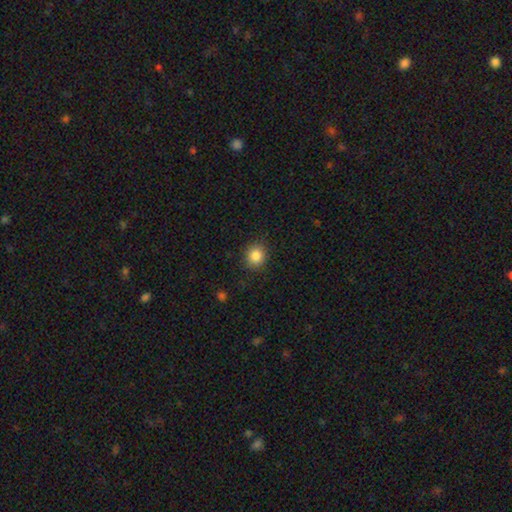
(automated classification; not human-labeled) A smooth galaxy with no disk features (85%) that is round (82%). Merging: none (89%).